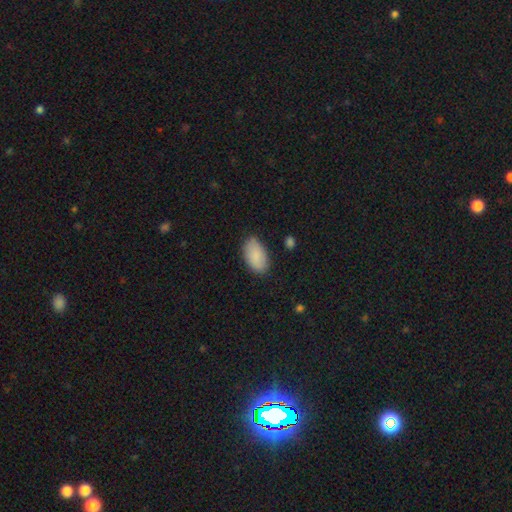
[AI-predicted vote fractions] This appears to be a smooth galaxy with no disk features (88%) that is in between round and cigar-shaped (94%). Merging: none (82%).